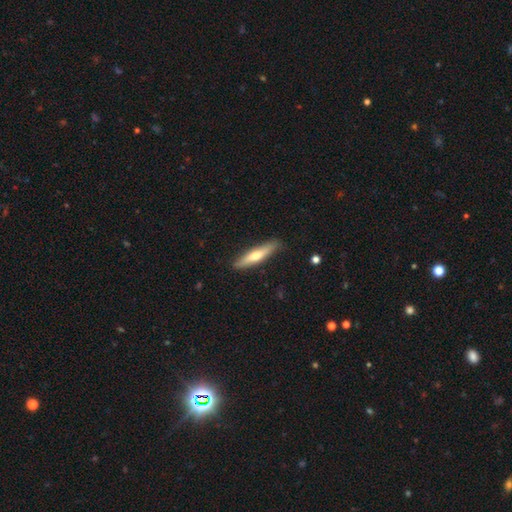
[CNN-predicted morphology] Smooth or featured? Predicted: smooth (p=0.52). How rounded? Predicted: cigar-shaped (p=0.84). Merging? Predicted: none (p=0.87).